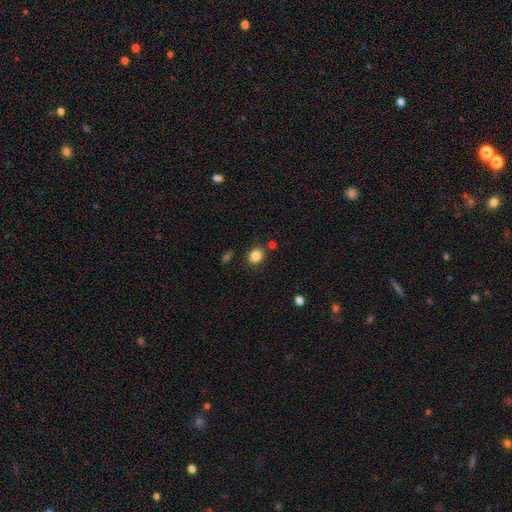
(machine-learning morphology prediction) smooth 85%, star or artifact 10%, featured or disk 5%. Down the decision tree: how rounded — round (54%); merging — none (79%).